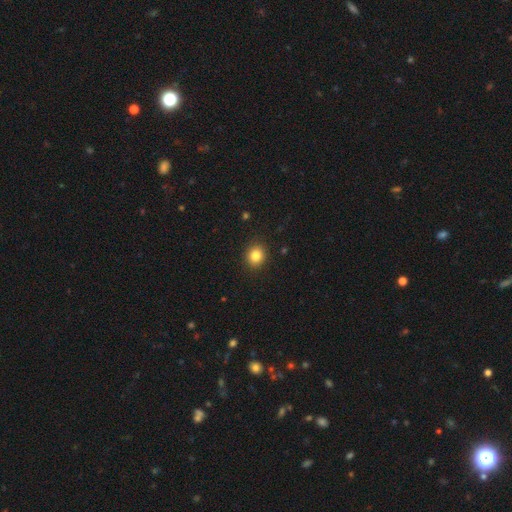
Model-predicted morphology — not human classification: Smooth or featured?
  - smooth: 84% *
  - star or artifact: 11%
  - featured or disk: 5%
How rounded?
  - round: 79% *
  - in between: 20%
  - cigar-shaped: 1%
Merging?
  - none: 91% *
  - minor disturbance: 6%
  - major disturbance: 2%
  - merger: 1%